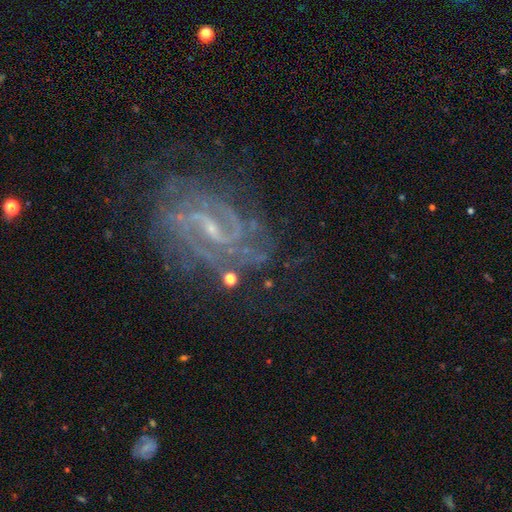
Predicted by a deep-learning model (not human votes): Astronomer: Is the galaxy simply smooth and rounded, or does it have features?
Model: featured or disk — 78%.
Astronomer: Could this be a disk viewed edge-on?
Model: no — 95%.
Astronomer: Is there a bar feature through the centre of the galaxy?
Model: weak — 47% (runner-up: strong, 32%).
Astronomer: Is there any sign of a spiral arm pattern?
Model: yes — 89%.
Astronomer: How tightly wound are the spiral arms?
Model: tight — 49% (runner-up: medium, 36%).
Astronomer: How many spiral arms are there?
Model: can't tell — 39% (runner-up: 2, 26%).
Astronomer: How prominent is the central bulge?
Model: small — 65%.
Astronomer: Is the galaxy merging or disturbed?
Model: none — 71%.